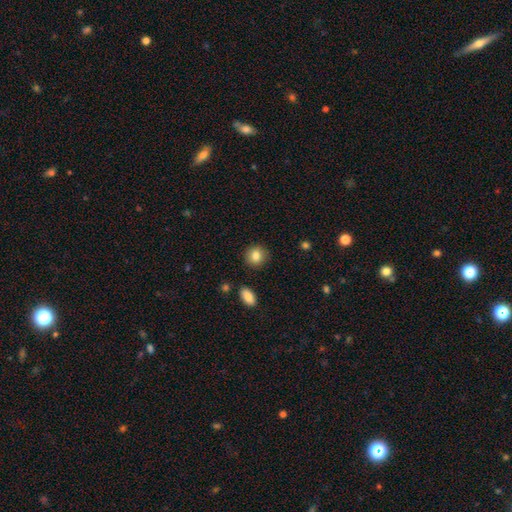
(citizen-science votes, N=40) This is clearly a smooth galaxy (80%). How rounded: clearly round (81%). Merging: clearly none (91%).